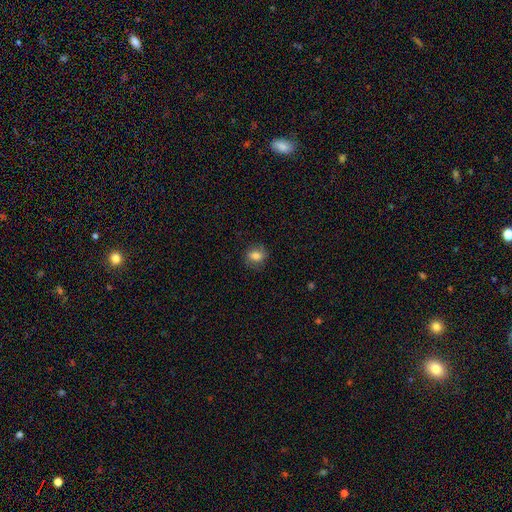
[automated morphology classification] Overall: smooth (79%). How rounded: round (51%; in between 47%). Merging: none (81%).